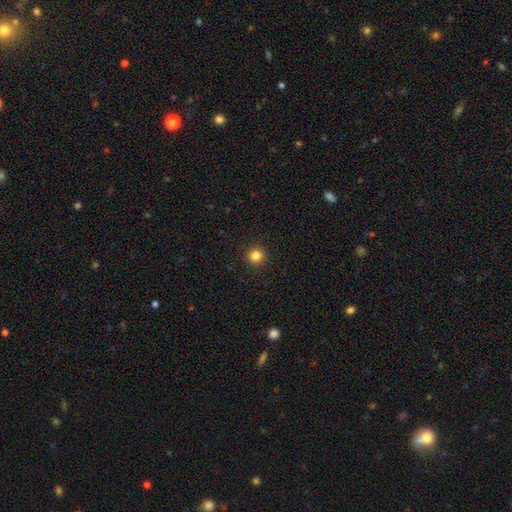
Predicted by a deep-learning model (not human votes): Q: Smooth or featured?
A: smooth (84%); runner-up: star or artifact (12%)
Q: How rounded?
A: round (94%); runner-up: in between (5%)
Q: Merging?
A: none (93%); runner-up: minor disturbance (5%)